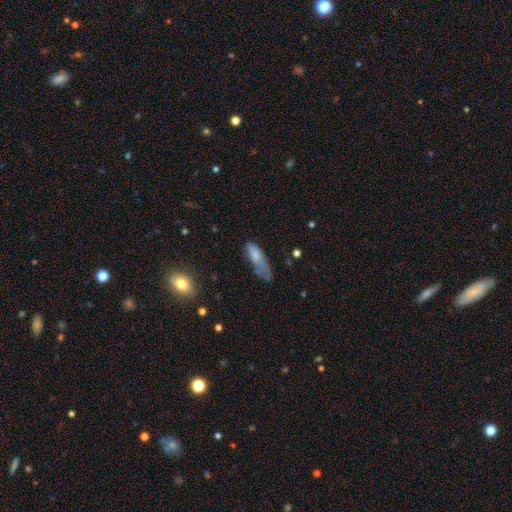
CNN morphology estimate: type=smooth (72%); roundness=in between (56%); merging=minor disturbance (35%).